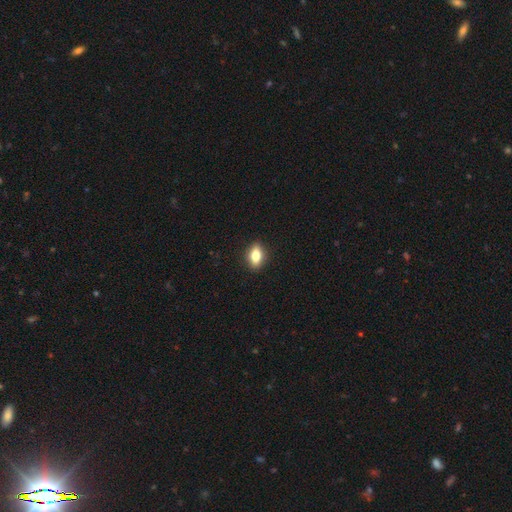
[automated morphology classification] Q: Smooth or featured?
A: smooth (75%); runner-up: featured or disk (16%)
Q: How rounded?
A: in between (81%); runner-up: round (12%)
Q: Merging?
A: none (89%); runner-up: minor disturbance (8%)